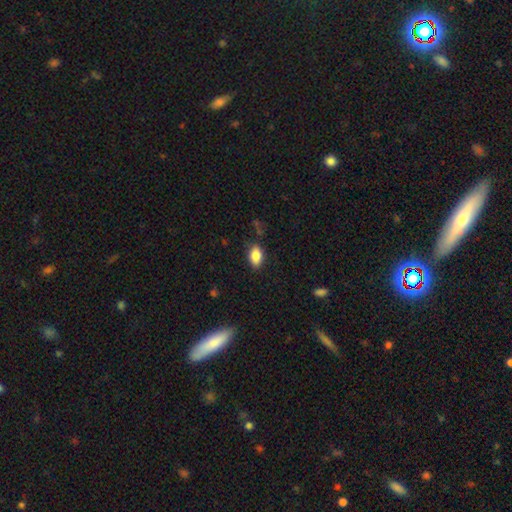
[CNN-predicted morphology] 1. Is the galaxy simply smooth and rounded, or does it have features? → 86% smooth, 8% star or artifact, 6% featured or disk.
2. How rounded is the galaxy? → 90% in between, 8% round, 2% cigar-shaped.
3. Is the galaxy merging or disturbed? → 80% none, 15% minor disturbance, 4% major disturbance, 2% merger.